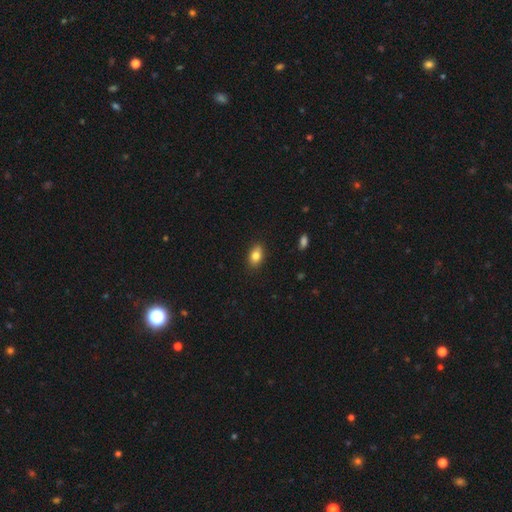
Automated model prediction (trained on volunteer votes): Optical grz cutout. It shows a smooth galaxy with no disk features (82%) that is in between round and cigar-shaped (86%). Merging: none (87%).